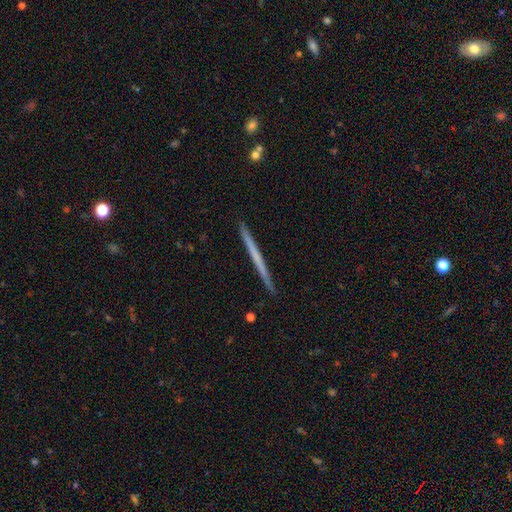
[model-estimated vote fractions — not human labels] A featured or disk galaxy (50%).

Vote fractions:
- Smooth or featured? featured or disk: 50% / smooth: 45% / star or artifact: 5%
- Merging? none: 92% / minor disturbance: 5% / major disturbance: 1% / merger: 1%